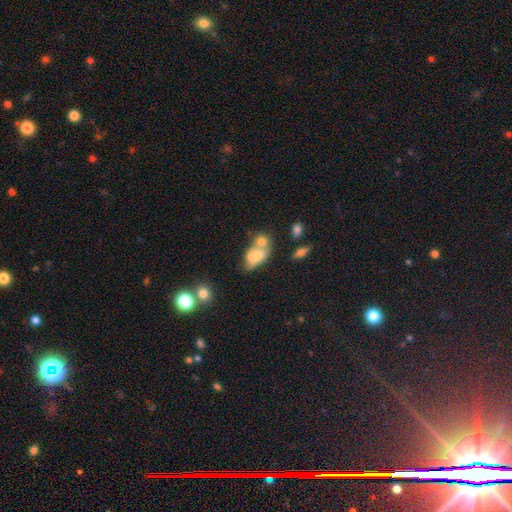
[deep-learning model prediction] Smooth or featured?
  - smooth: 63% *
  - featured or disk: 26%
  - star or artifact: 10%
How rounded?
  - in between: 80% *
  - round: 16%
  - cigar-shaped: 4%
Merging?
  - merger: 58% *
  - none: 21%
  - minor disturbance: 12%
  - major disturbance: 8%